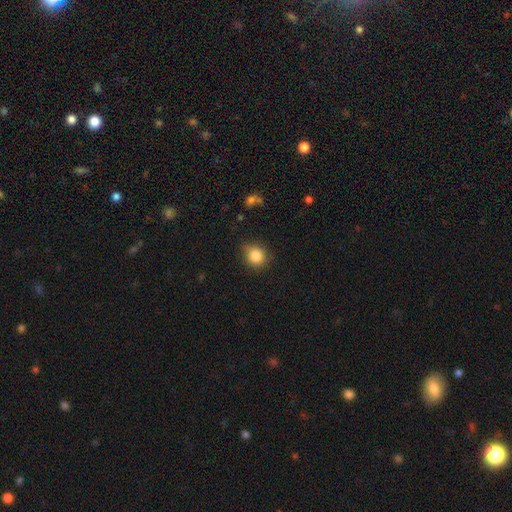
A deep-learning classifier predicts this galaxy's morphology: Q: Smooth or featured?
A: smooth (84%); runner-up: star or artifact (10%)
Q: How rounded?
A: round (83%); runner-up: in between (16%)
Q: Merging?
A: none (72%); runner-up: minor disturbance (22%)